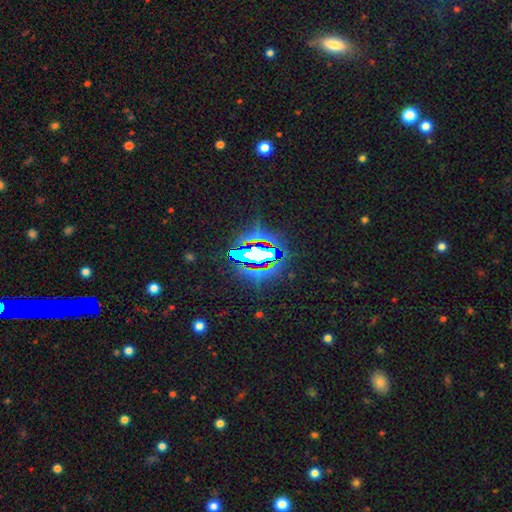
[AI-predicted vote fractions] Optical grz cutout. It shows a star or artifact, not a galaxy (69%).